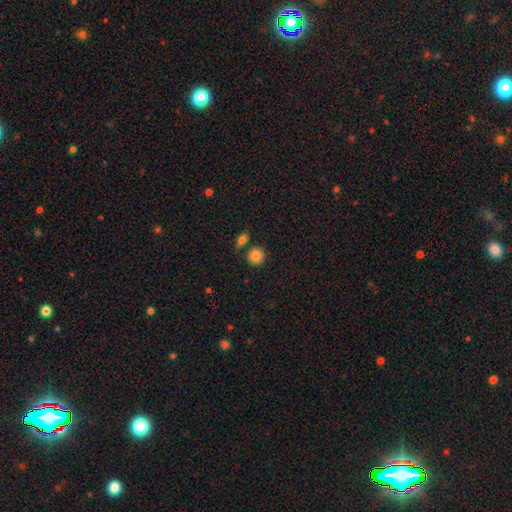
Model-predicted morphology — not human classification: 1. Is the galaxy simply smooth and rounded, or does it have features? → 84% smooth, 9% star or artifact, 7% featured or disk.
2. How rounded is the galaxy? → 89% round, 10% in between, 1% cigar-shaped.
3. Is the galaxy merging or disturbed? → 76% none, 12% merger, 9% minor disturbance, 3% major disturbance.